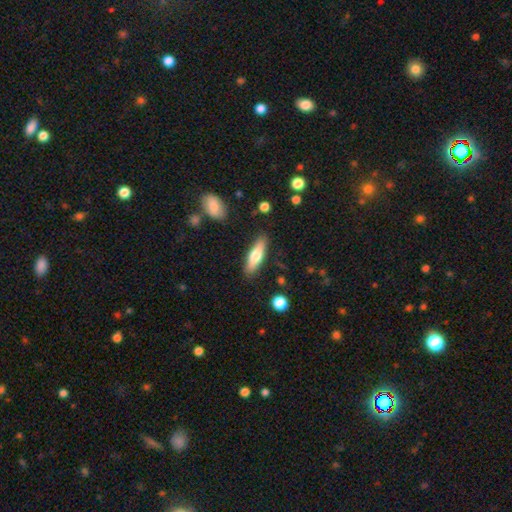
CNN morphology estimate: Q: Smooth or featured?
A: smooth (65%); runner-up: featured or disk (29%)
Q: How rounded?
A: cigar-shaped (58%); runner-up: in between (40%)
Q: Merging?
A: none (85%); runner-up: minor disturbance (11%)